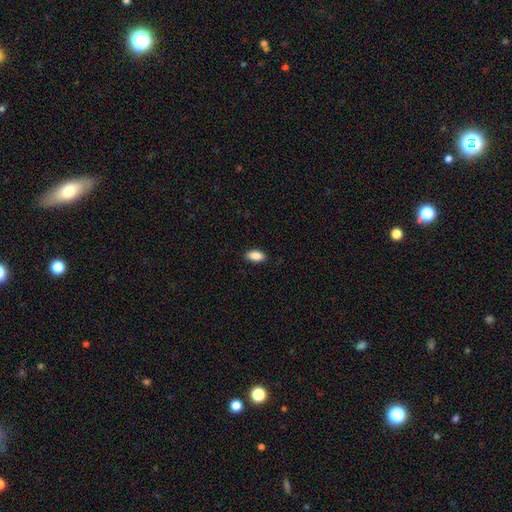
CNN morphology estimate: smooth-or-featured: smooth: 89% | star or artifact: 7% | featured or disk: 4%
  how-rounded: in between: 92% | cigar-shaped: 5% | round: 3%
  merging: none: 87% | minor disturbance: 10% | major disturbance: 2% | merger: 1%